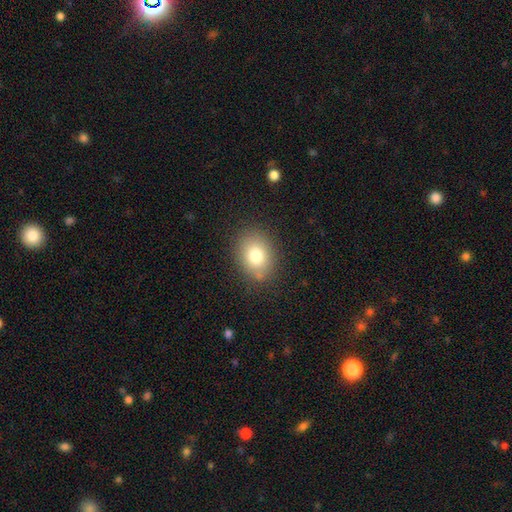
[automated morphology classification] A smooth galaxy with no disk features (78%) that is in between round and cigar-shaped (56%). Merging: none (82%).